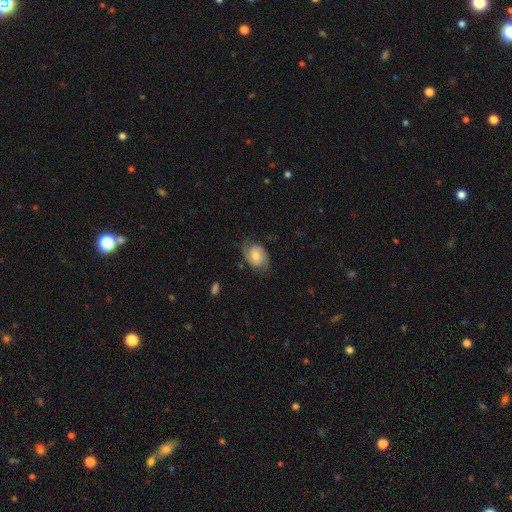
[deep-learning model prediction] A featured or disk galaxy (56%) with no bar (65%), spiral arms (88%) and a moderate central bulge (50%). Merging: none (68%).